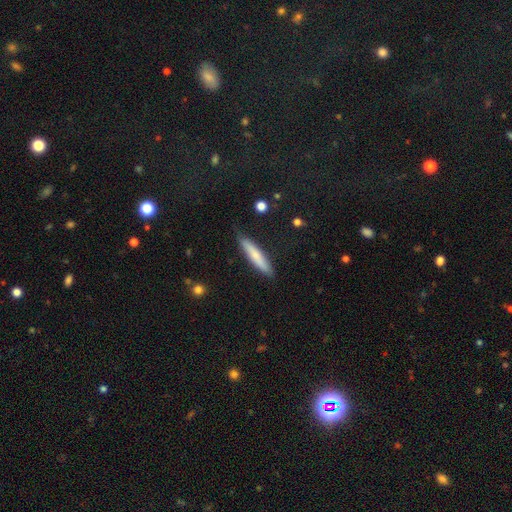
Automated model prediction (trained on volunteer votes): A smooth galaxy with no disk features (69%) that is cigar-shaped (88%).

Vote fractions:
- Smooth or featured? smooth: 69% / featured or disk: 25% / star or artifact: 6%
- How rounded? cigar-shaped: 88% / in between: 11% / round: 1%
- Merging? none: 84% / minor disturbance: 12% / major disturbance: 2% / merger: 1%